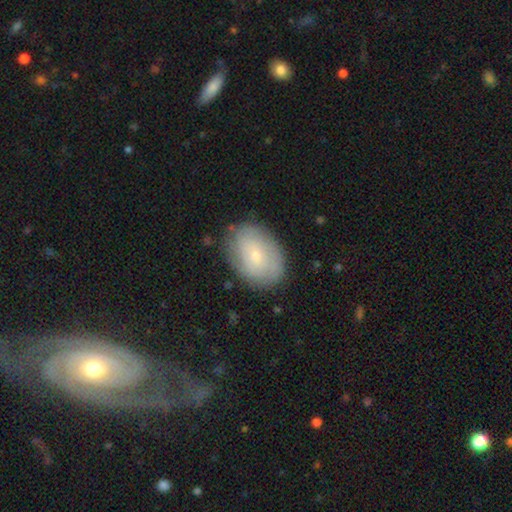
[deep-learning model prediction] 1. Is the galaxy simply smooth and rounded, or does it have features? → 56% smooth, 36% featured or disk, 8% star or artifact.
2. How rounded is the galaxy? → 76% in between, 23% round, 1% cigar-shaped.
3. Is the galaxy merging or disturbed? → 79% none, 16% minor disturbance, 4% major disturbance, 1% merger.